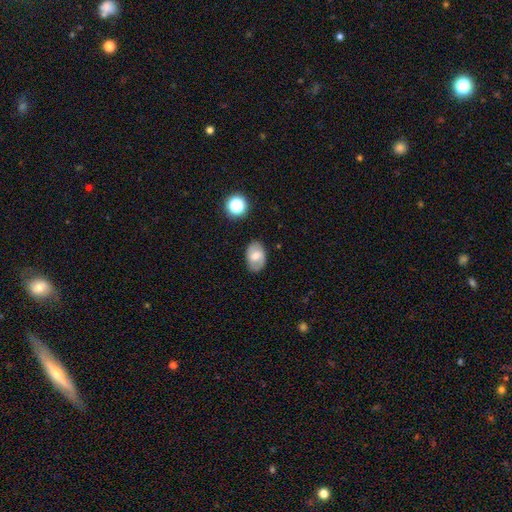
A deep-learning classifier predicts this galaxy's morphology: Q: Smooth or featured?
A: smooth (57%); runner-up: featured or disk (34%)
Q: How rounded?
A: in between (83%); runner-up: round (15%)
Q: Merging?
A: none (79%); runner-up: minor disturbance (15%)